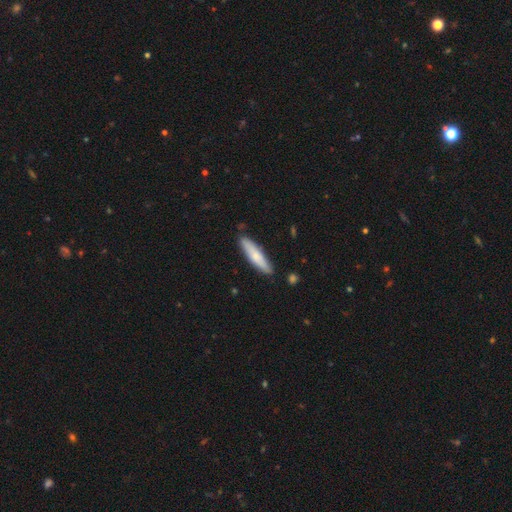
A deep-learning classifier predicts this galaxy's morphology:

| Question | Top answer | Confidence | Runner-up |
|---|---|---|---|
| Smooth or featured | smooth | 69% | featured or disk (26%) |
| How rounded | cigar-shaped | 80% | in between (19%) |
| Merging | none | 86% | minor disturbance (10%) |